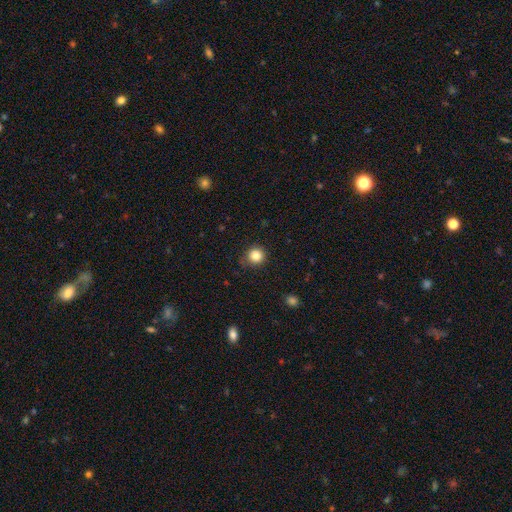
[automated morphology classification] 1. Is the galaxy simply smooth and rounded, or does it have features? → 83% smooth, 11% star or artifact, 5% featured or disk.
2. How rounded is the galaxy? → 92% round, 7% in between, 1% cigar-shaped.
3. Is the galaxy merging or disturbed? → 82% none, 14% minor disturbance, 3% major disturbance, 1% merger.